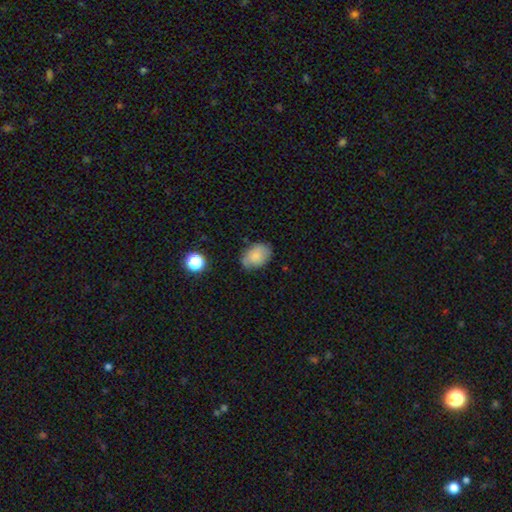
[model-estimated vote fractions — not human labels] This appears to be a smooth galaxy with no disk features (76%) that is in between round and cigar-shaped (80%). Merging: none (70%).